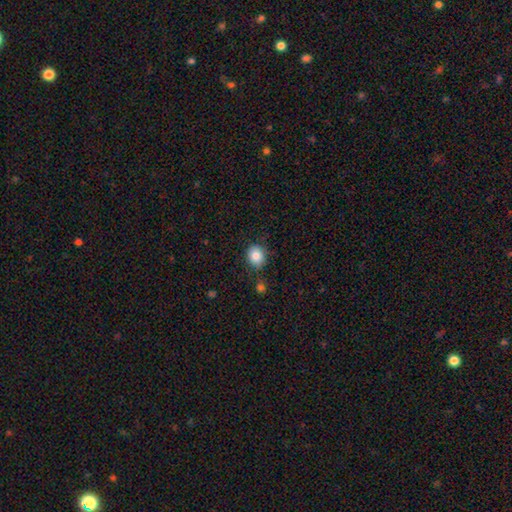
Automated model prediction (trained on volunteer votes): This appears to be a smooth galaxy with no disk features (84%) that is round (72%). Merging: none (81%).